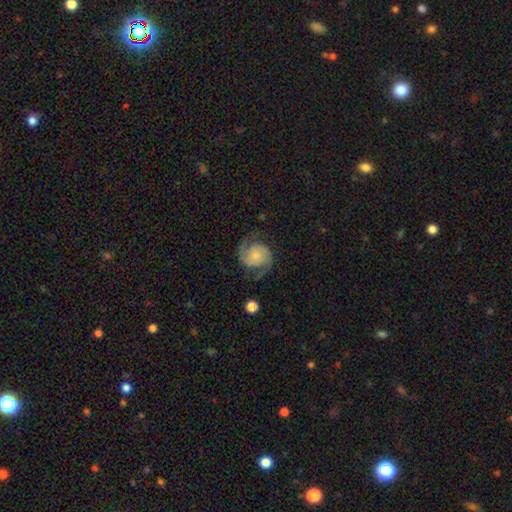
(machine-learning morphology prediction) Smooth or featured?
  - featured or disk: 87% *
  - smooth: 8%
  - star or artifact: 5%
Edge-on disk?
  - no: 98% *
  - yes: 2%
Bar?
  - no: 72% *
  - weak: 23%
  - strong: 5%
Spiral arms?
  - yes: 98% *
  - no: 2%
Spiral winding?
  - medium: 54% *
  - tight: 25%
  - loose: 21%
Spiral arm count?
  - 2: 93% *
  - can't tell: 2%
  - 3: 1%
  - 1: 1%
  - 4: 1%
  - more than 4: 1%
Bulge size?
  - small: 57% *
  - moderate: 30%
  - none: 7%
  - large: 4%
  - dominant: 2%
Merging?
  - none: 79% *
  - minor disturbance: 13%
  - major disturbance: 7%
  - merger: 1%